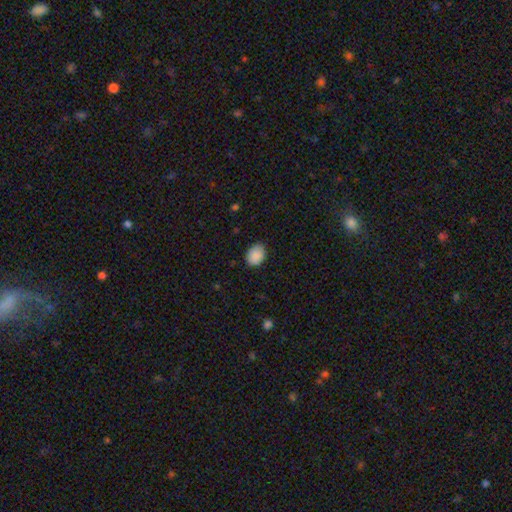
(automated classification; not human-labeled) The model was most divided on "how rounded": in between: 60%, round: 40%, cigar-shaped: 1%. More confident: smooth or featured — smooth (89%); merging — none (81%).